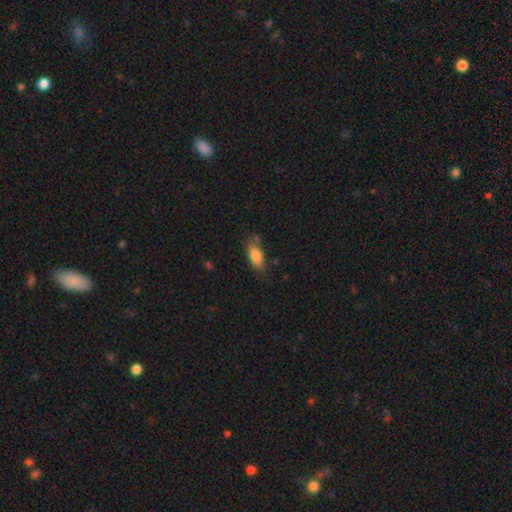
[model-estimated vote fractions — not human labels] This appears to be a smooth galaxy with no disk features (82%) that is in between round and cigar-shaped (84%). Merging: none (67%).